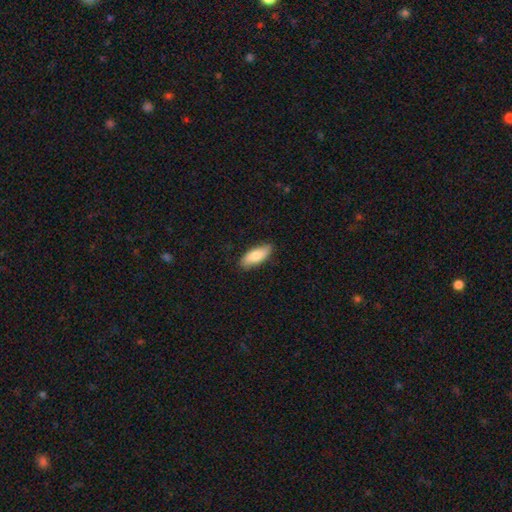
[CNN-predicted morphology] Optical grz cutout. It shows a smooth galaxy with no disk features (82%) that is in between round and cigar-shaped (75%). Merging: none (85%).